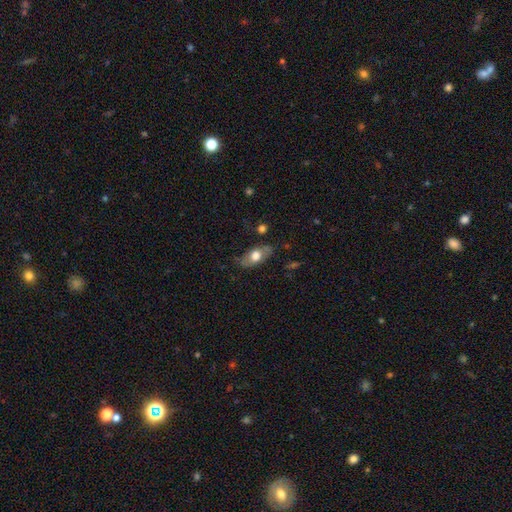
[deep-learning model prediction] Smooth or featured? Predicted: smooth (p=0.66). How rounded? Predicted: in between (p=0.85). Merging? Predicted: none (p=0.74).